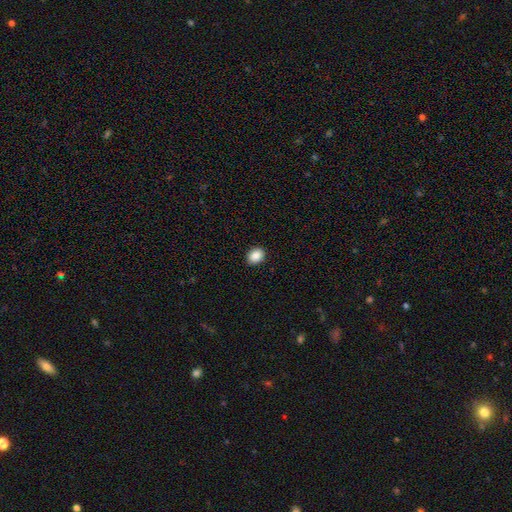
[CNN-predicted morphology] smooth 89%, star or artifact 8%, featured or disk 3%. Down the decision tree: how rounded — in between (54%); merging — none (91%).